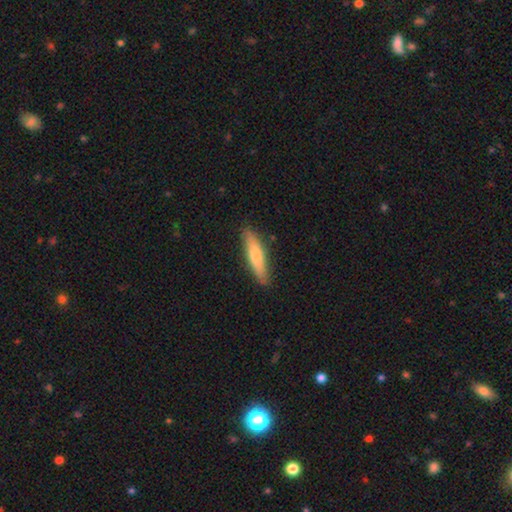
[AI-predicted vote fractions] Smooth or featured?
  - smooth: 70% *
  - featured or disk: 24%
  - star or artifact: 5%
How rounded?
  - cigar-shaped: 80% *
  - in between: 18%
  - round: 1%
Merging?
  - none: 87% *
  - minor disturbance: 10%
  - major disturbance: 2%
  - merger: 1%